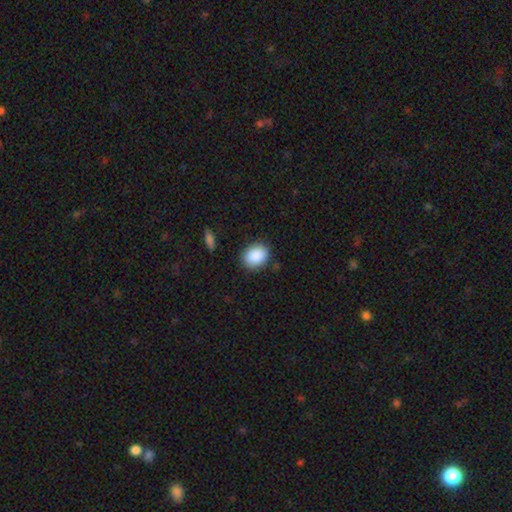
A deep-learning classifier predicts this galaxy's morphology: This is clearly a smooth galaxy (89%). How rounded: possibly in between (58%). Merging: clearly none (85%).